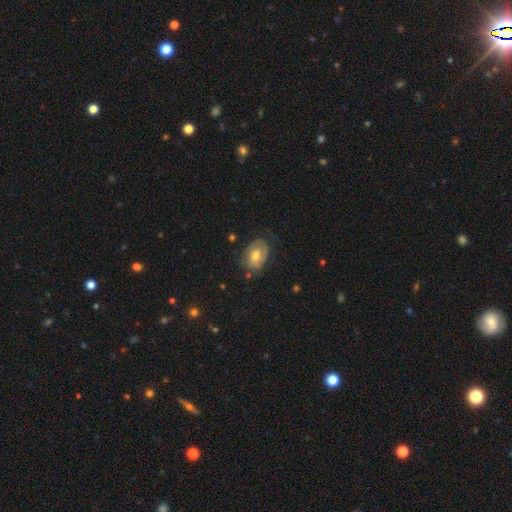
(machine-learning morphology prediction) featured or disk 49%, smooth 44%, star or artifact 8%. Down the decision tree: merging — none (64%).